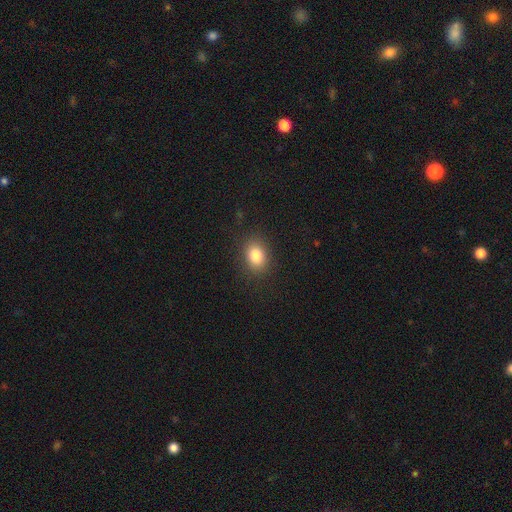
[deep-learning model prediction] Morphology: type=smooth (83%); roundness=in between (59%); merging=none (87%).